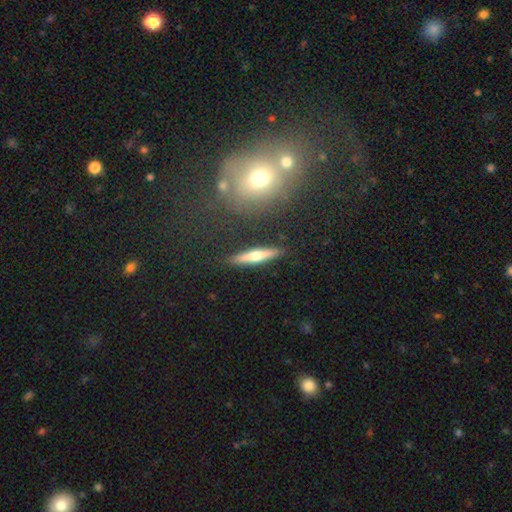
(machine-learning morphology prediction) Smooth or featured? featured or disk (47%)
Merging? none (88%)